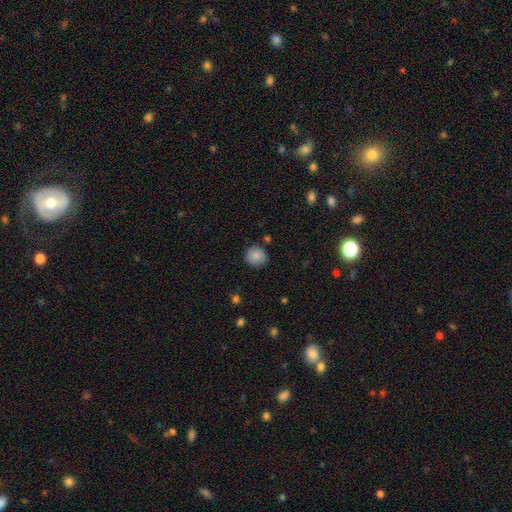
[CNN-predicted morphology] A smooth galaxy with no disk features (86%) that is round (91%). Merging: none (82%).